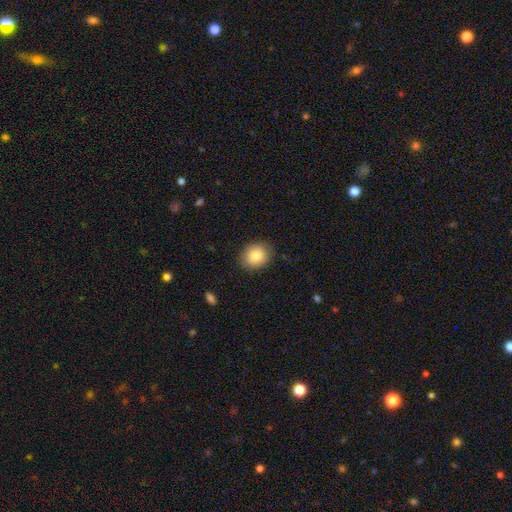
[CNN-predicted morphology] A smooth galaxy with no disk features (83%) that is round (79%). Merging: none (87%).